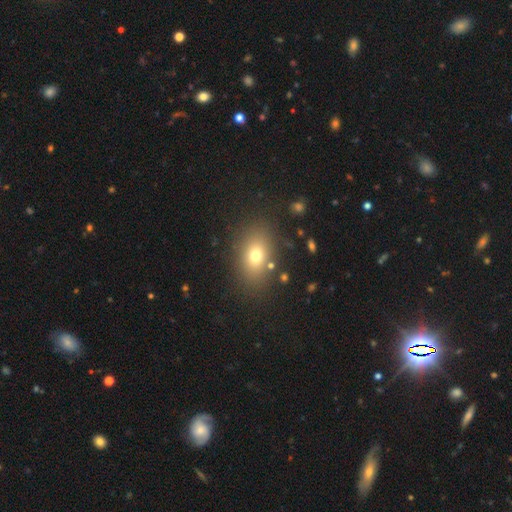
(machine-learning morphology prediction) Overall: smooth (72%). How rounded: in between (78%). Merging: none (83%).